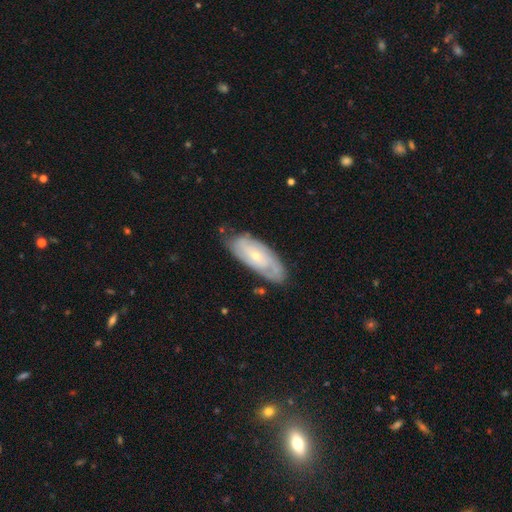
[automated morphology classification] This is likely a featured or disk galaxy (67%). It is clearly not viewed edge-on (88%). Bar: likely no (73%). Spiral arm pattern: clearly yes (82%). Central bulge: likely small (72%). Merging: likely none (73%).